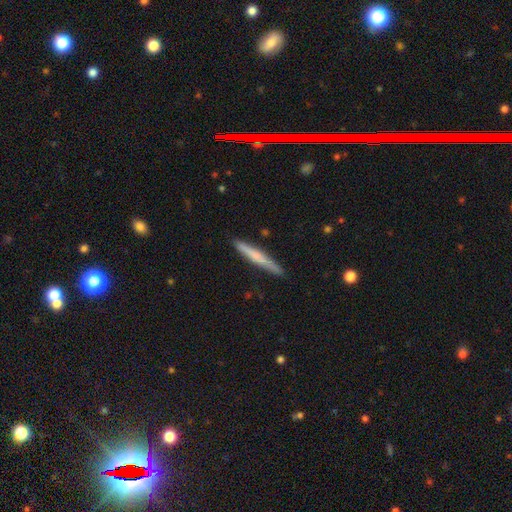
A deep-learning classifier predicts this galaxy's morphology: Smooth or featured?
  - smooth: 51% *
  - featured or disk: 43%
  - star or artifact: 6%
How rounded?
  - cigar-shaped: 96% *
  - in between: 3%
  - round: 1%
Merging?
  - none: 89% *
  - minor disturbance: 8%
  - major disturbance: 1%
  - merger: 1%